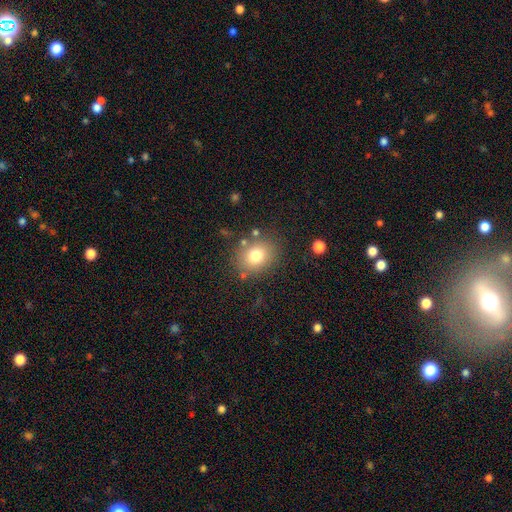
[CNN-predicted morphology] This is likely a smooth galaxy (77%). How rounded: possibly round (55%). Merging: likely none (79%).